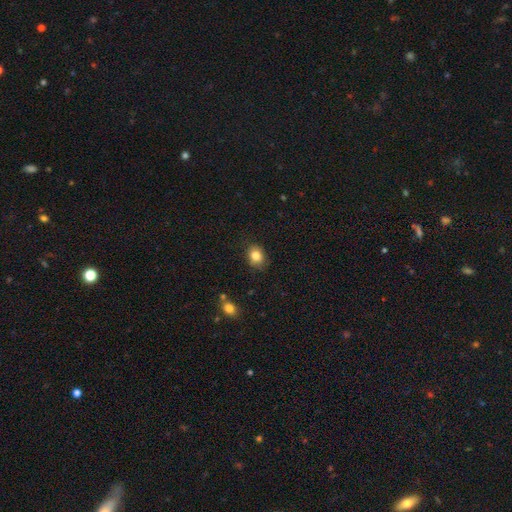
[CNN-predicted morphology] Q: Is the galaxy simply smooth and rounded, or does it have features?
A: smooth — 83%.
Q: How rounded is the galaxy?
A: in between — 53%.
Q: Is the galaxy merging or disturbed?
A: none — 83%.